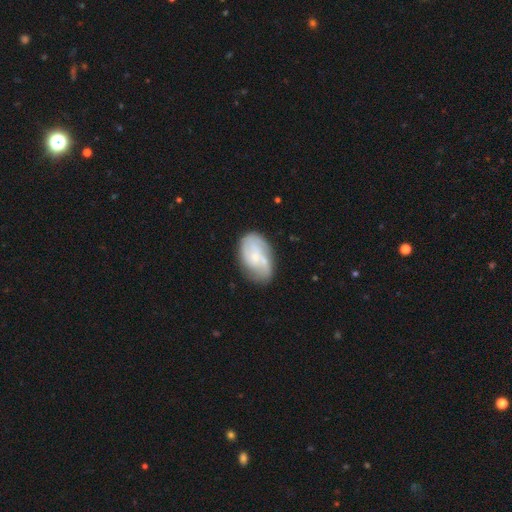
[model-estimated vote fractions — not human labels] Morphology: type=featured or disk (60%); edge-on=no (97%); bar=no (64%); spiral arms=yes (78%); bulge=small (65%); merging=none (58%).